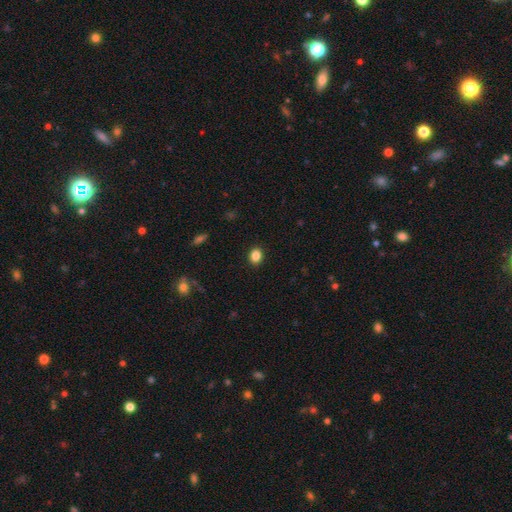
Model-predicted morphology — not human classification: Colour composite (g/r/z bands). It shows a smooth galaxy with no disk features (86%) that is in between round and cigar-shaped (50%). Merging: none (90%).